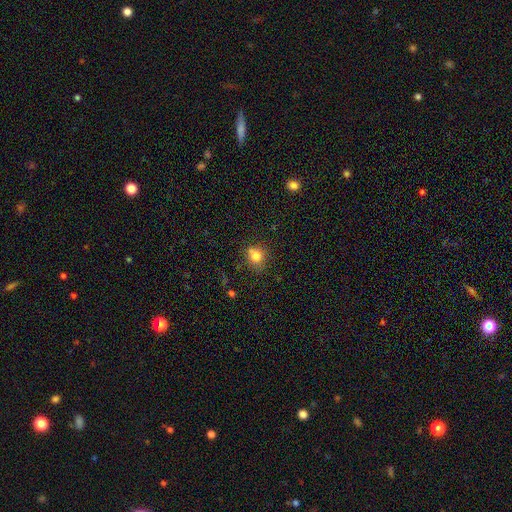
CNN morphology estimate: type=smooth (78%); roundness=round (73%); merging=none (64%).